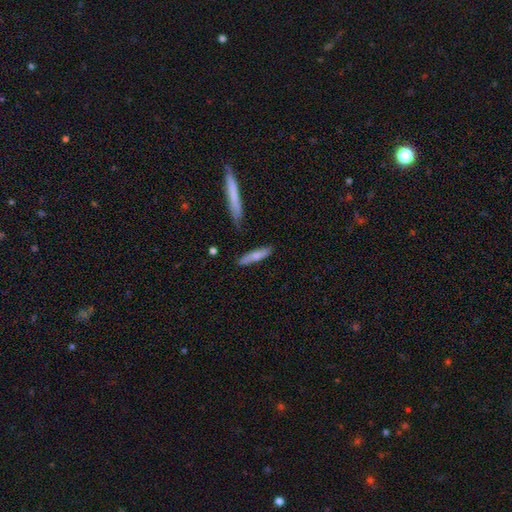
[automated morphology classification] Smooth or featured? smooth (67%)
How rounded? cigar-shaped (75%)
Merging? none (76%)